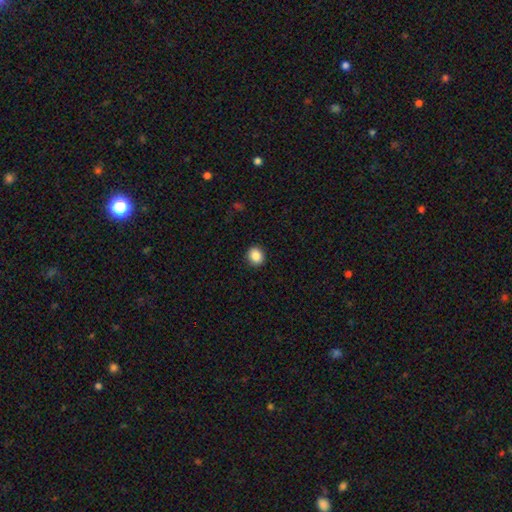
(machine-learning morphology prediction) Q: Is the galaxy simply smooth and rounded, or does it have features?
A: smooth — 88%.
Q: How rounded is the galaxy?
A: round — 74%.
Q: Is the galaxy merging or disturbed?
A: none — 91%.